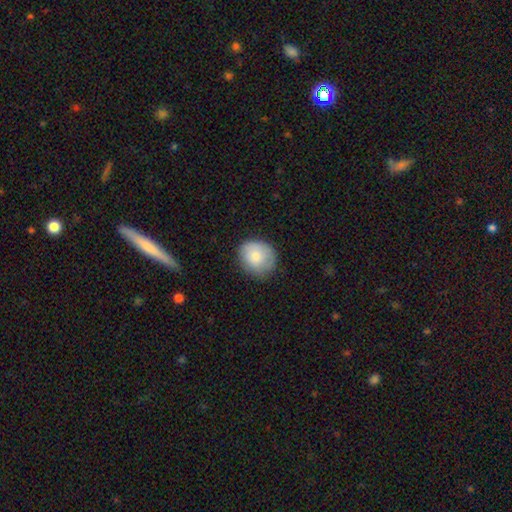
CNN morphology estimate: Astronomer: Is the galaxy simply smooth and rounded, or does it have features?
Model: smooth — 81%.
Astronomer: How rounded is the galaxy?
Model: round — 74%.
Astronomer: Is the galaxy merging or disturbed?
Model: none — 75%.